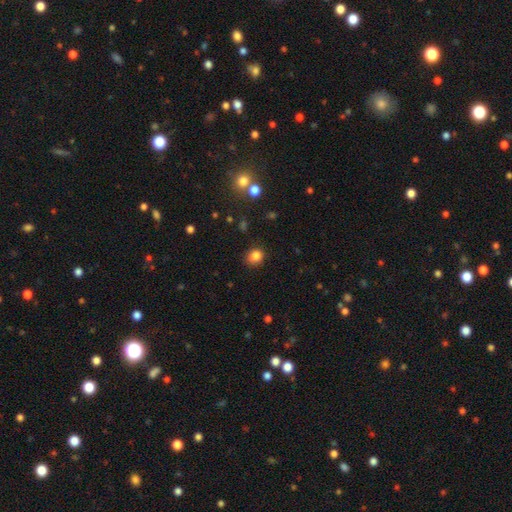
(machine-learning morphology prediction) Smooth or featured?
  - smooth: 83% *
  - star or artifact: 12%
  - featured or disk: 5%
How rounded?
  - round: 82% *
  - in between: 17%
  - cigar-shaped: 1%
Merging?
  - none: 84% *
  - minor disturbance: 11%
  - major disturbance: 3%
  - merger: 2%